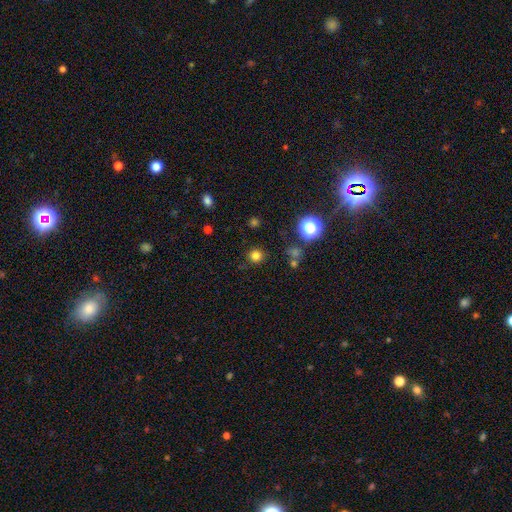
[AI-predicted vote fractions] smooth_or_featured: smooth (p=0.77) [alt: star or artifact p=0.18]
how_rounded: round (p=0.93) [alt: in between p=0.06]
merging: none (p=0.88) [alt: minor disturbance p=0.07]